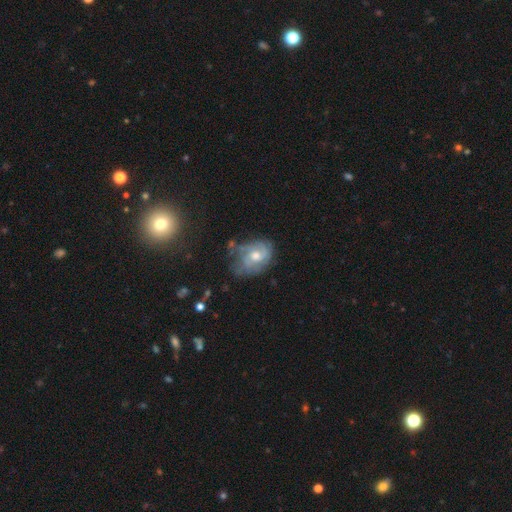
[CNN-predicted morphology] A featured or disk galaxy (65%) with no bar (72%), spiral arms (74%) and a moderate central bulge (70%). Merging: none (45%).